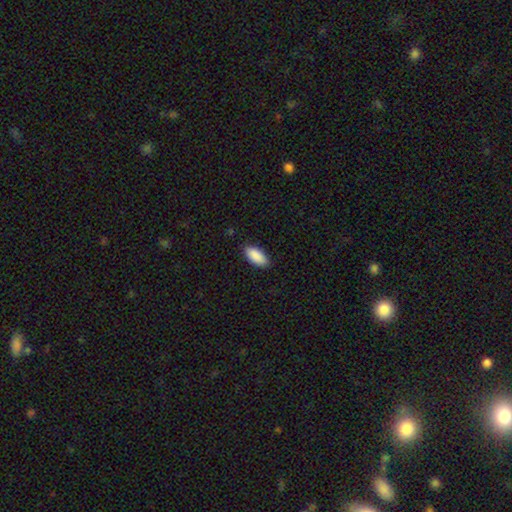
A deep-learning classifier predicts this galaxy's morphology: The model was most divided on "merging": none: 86%, minor disturbance: 11%, major disturbance: 2%, merger: 1%. More confident: smooth or featured — smooth (91%); how rounded — in between (89%).